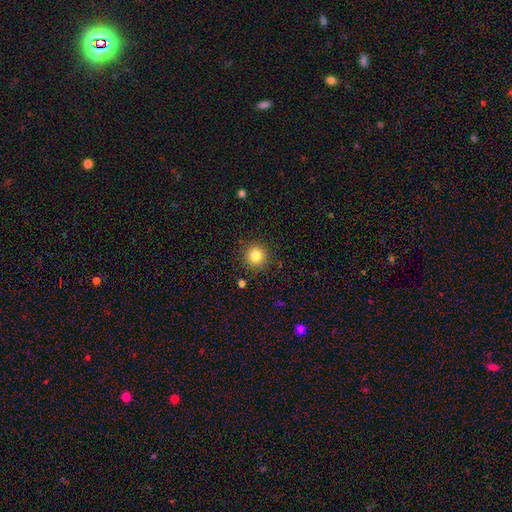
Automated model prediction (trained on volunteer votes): Overall: smooth (83%). How rounded: round (94%). Merging: none (89%).